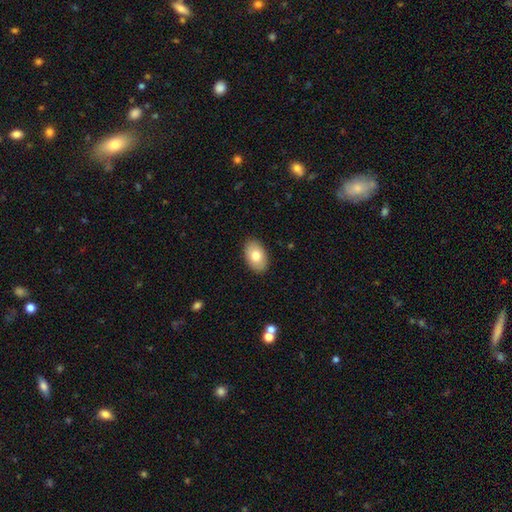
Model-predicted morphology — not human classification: A smooth galaxy with no disk features (78%) that is in between round and cigar-shaped (91%). Merging: none (89%).